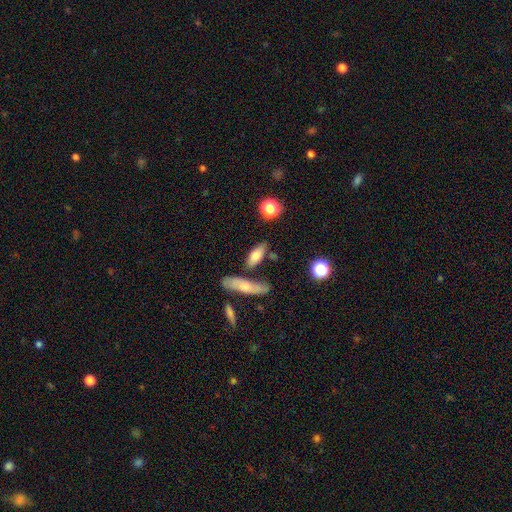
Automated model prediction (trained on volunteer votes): A smooth galaxy with no disk features (72%) that is in between round and cigar-shaped (63%). Merging: none (65%).